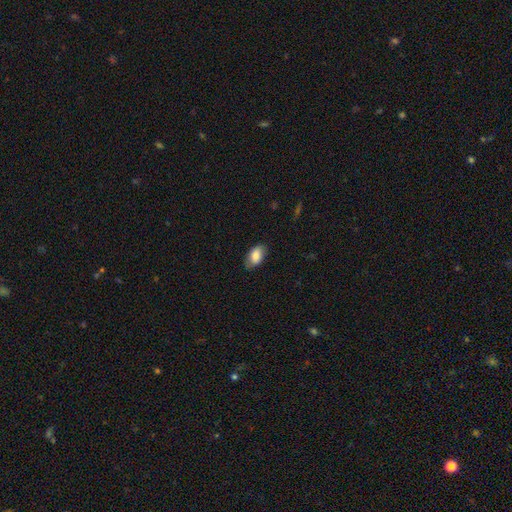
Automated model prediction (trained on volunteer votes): A smooth galaxy with no disk features (81%) that is in between round and cigar-shaped (93%).

Vote fractions:
- Smooth or featured? smooth: 81% / featured or disk: 12% / star or artifact: 7%
- How rounded? in between: 93% / round: 6% / cigar-shaped: 2%
- Merging? none: 78% / minor disturbance: 17% / major disturbance: 3% / merger: 1%